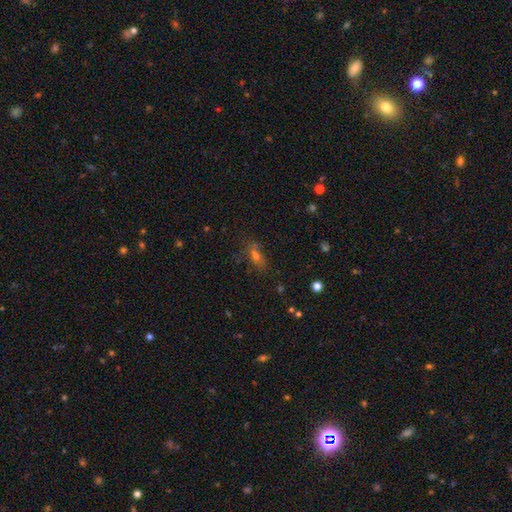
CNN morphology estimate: The model was most divided on "smooth or featured": smooth: 50%, star or artifact: 28%, featured or disk: 21%. More confident: merging — none (67%); how rounded — in between (66%).